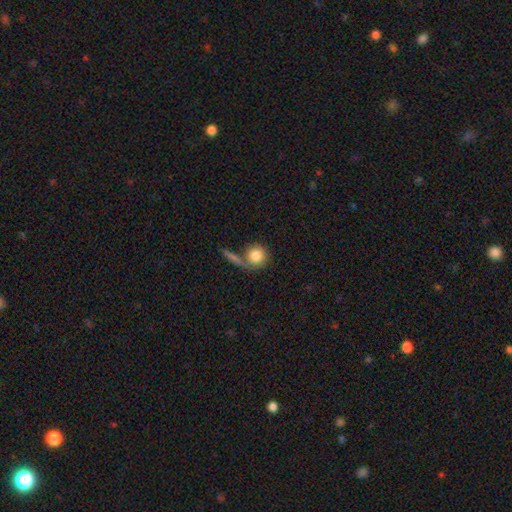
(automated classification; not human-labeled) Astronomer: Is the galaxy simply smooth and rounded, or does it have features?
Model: smooth — 81%.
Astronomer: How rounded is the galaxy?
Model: round — 89%.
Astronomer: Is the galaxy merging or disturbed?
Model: none — 58%.